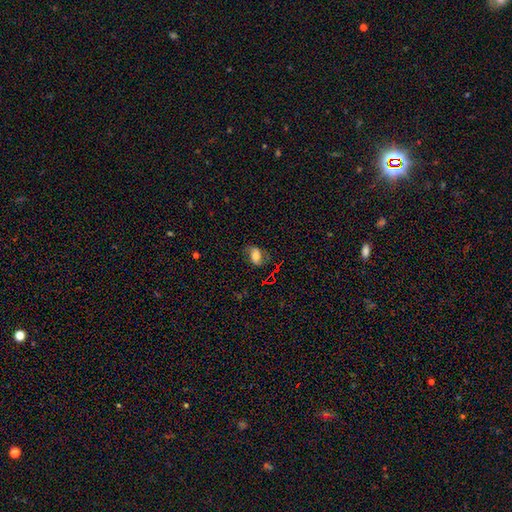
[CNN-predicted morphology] Smooth or featured? Predicted: smooth (p=0.57). How rounded? Predicted: in between (p=0.84). Merging? Predicted: none (p=0.66).